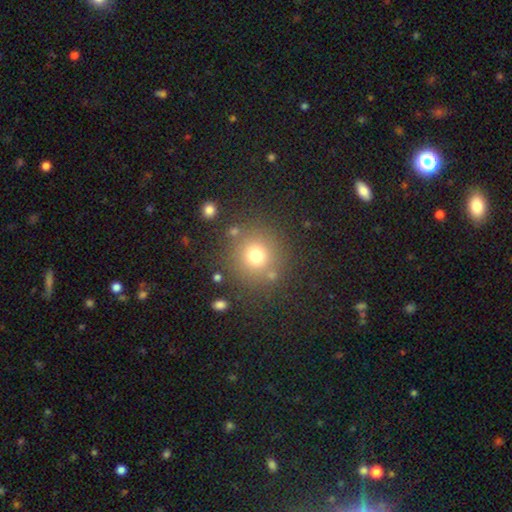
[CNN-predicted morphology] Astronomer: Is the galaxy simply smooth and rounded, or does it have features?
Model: smooth — 73%.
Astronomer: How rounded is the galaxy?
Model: round — 93%.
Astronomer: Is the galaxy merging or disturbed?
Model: none — 82%.